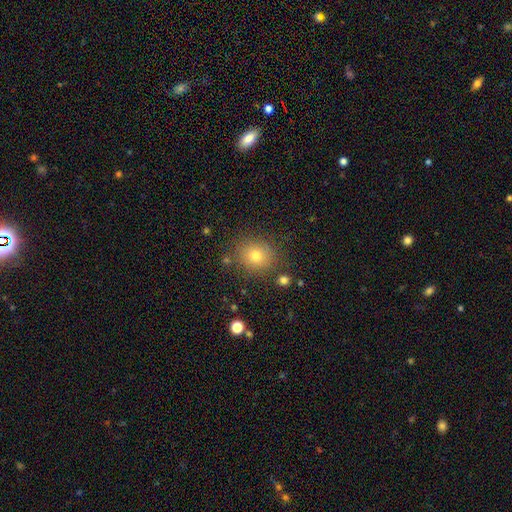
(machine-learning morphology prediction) This is likely a smooth galaxy (74%). How rounded: likely round (79%). Merging: clearly none (83%).